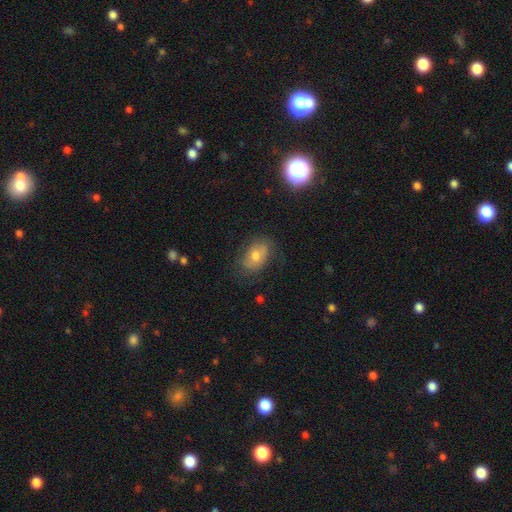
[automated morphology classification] Smooth or featured?
  - smooth: 64% *
  - featured or disk: 27%
  - star or artifact: 10%
How rounded?
  - in between: 83% *
  - round: 16%
  - cigar-shaped: 2%
Merging?
  - none: 70% *
  - minor disturbance: 21%
  - major disturbance: 8%
  - merger: 2%